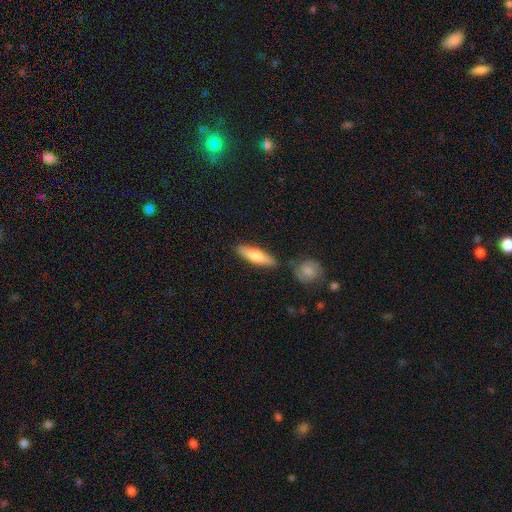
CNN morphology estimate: smooth-or-featured: smooth: 72% | featured or disk: 23% | star or artifact: 5%
  how-rounded: cigar-shaped: 65% | in between: 33% | round: 2%
  merging: none: 80% | minor disturbance: 11% | merger: 7% | major disturbance: 2%